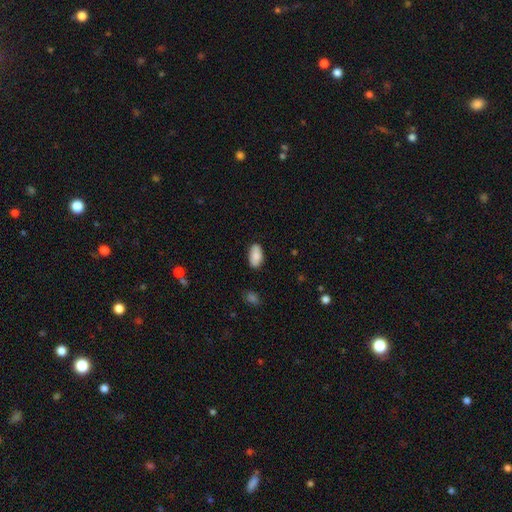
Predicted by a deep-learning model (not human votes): A smooth galaxy with no disk features (85%) that is in between round and cigar-shaped (95%).

Vote fractions:
- Smooth or featured? smooth: 85% / featured or disk: 8% / star or artifact: 7%
- How rounded? in between: 95% / round: 3% / cigar-shaped: 2%
- Merging? none: 85% / minor disturbance: 12% / major disturbance: 2% / merger: 1%